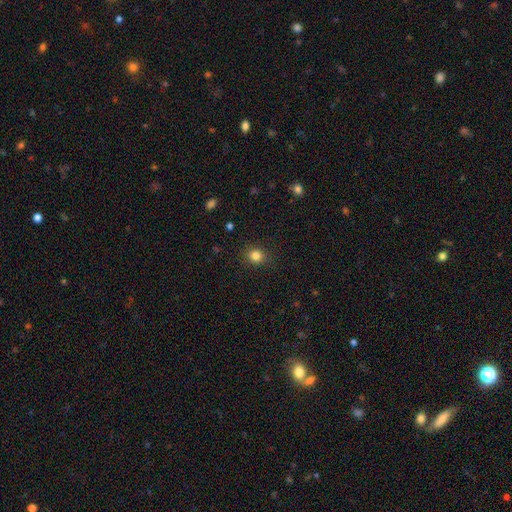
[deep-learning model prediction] Smooth or featured? smooth (83%)
How rounded? round (77%)
Merging? none (87%)